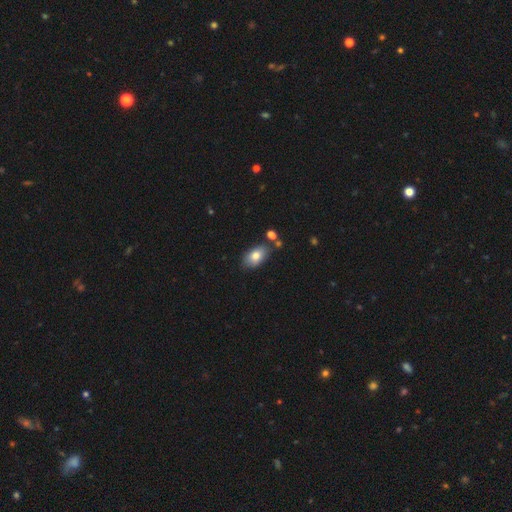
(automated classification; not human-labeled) Smooth or featured? smooth (79%)
How rounded? in between (92%)
Merging? none (73%)